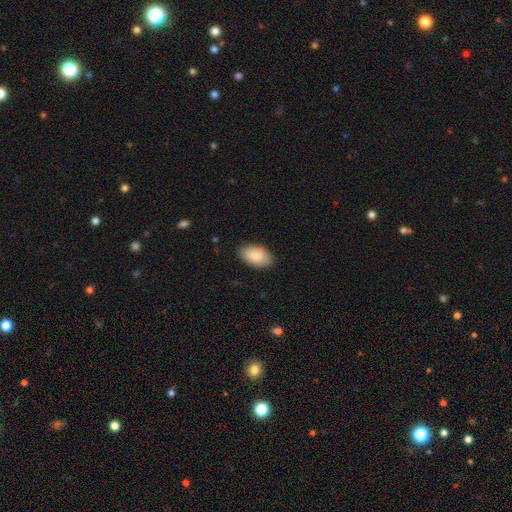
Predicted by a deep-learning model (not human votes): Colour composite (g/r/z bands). It shows a smooth galaxy with no disk features (85%) that is in between round and cigar-shaped (94%). Merging: none (86%).